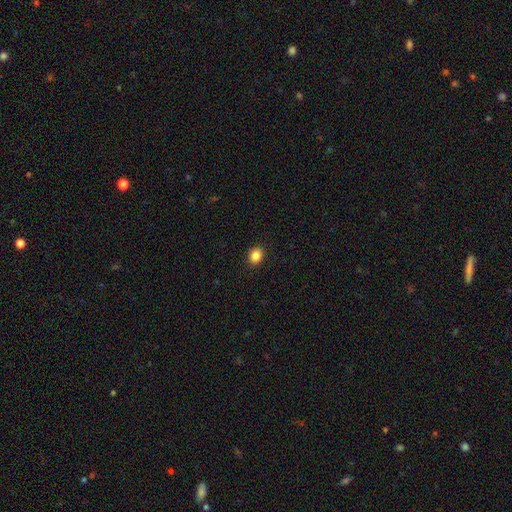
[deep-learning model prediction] smooth 86%, star or artifact 10%, featured or disk 4%. Down the decision tree: how rounded — in between (55%); merging — none (91%).